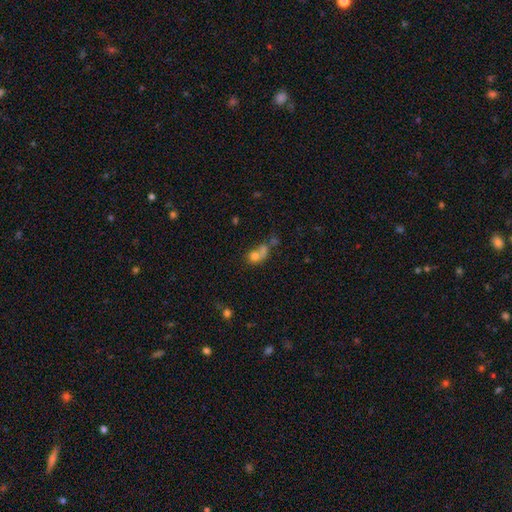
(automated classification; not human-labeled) A smooth galaxy with no disk features (70%) that is round (62%).

Vote fractions:
- Smooth or featured? smooth: 70% / featured or disk: 16% / star or artifact: 14%
- How rounded? round: 62% / in between: 36% / cigar-shaped: 2%
- Merging? merger: 53% / none: 26% / major disturbance: 11% / minor disturbance: 10%